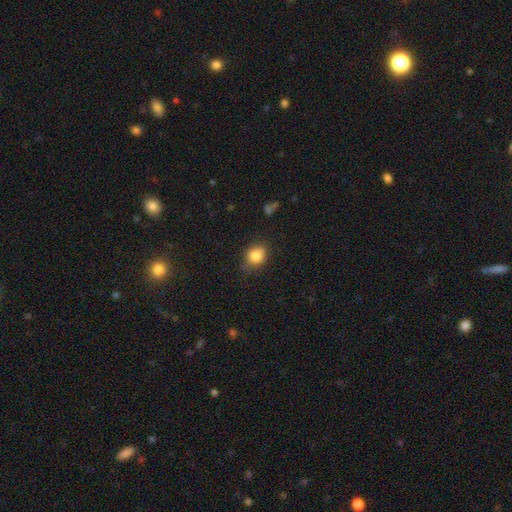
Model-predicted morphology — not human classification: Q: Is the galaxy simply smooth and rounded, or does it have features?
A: smooth — 82%.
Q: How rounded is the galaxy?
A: round — 57%.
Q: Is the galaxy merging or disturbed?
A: none — 65%.